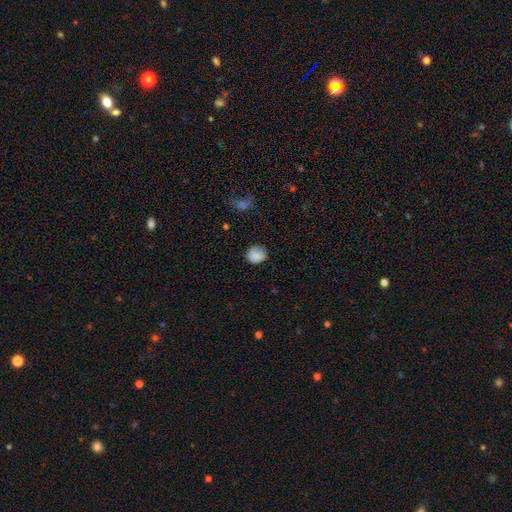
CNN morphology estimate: Overall: smooth (84%). How rounded: round (72%). Merging: none (70%).